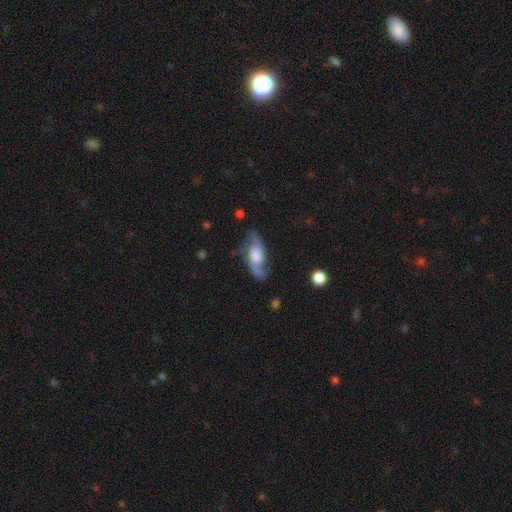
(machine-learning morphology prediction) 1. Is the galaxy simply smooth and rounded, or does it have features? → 78% featured or disk, 15% smooth, 6% star or artifact.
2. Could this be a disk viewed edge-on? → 91% no, 9% yes.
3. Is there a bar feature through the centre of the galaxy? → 57% no, 35% weak, 8% strong.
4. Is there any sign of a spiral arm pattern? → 94% yes, 6% no.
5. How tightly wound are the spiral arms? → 55% loose, 36% medium, 9% tight.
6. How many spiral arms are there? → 89% 2, 4% can't tell, 3% 1, 2% 3, 1% 4, 1% more than 4.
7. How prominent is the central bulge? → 38% large, 36% moderate, 13% small, 9% none, 4% dominant.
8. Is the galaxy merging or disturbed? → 68% none, 19% minor disturbance, 10% major disturbance, 2% merger.